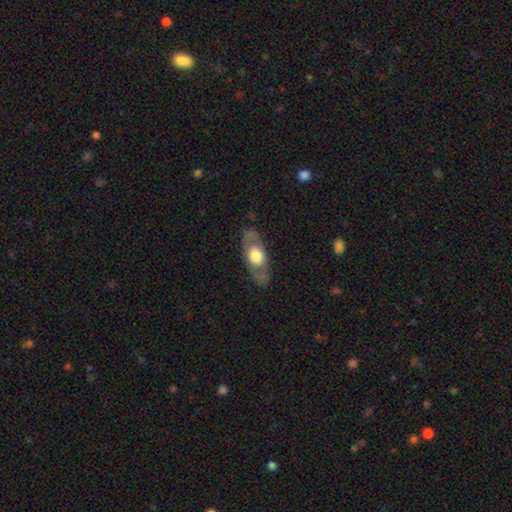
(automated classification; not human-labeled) smooth_or_featured: featured or disk (p=0.53) [alt: smooth p=0.42]
disk_edge_on: no (p=0.67) [alt: yes p=0.33]
merging: none (p=0.80) [alt: minor disturbance p=0.13]